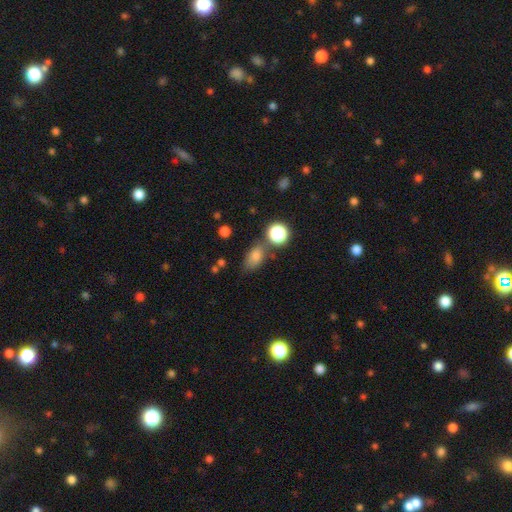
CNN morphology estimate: smooth 75%, star or artifact 17%, featured or disk 8%. Down the decision tree: how rounded — in between (77%); merging — none (65%).